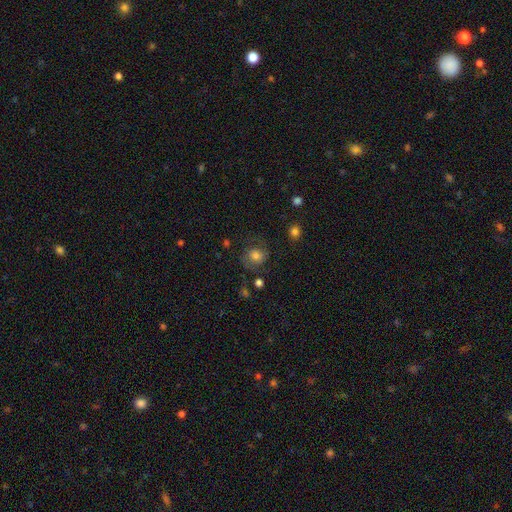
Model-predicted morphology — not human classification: type=smooth (57%); roundness=round (79%); merging=none (67%).